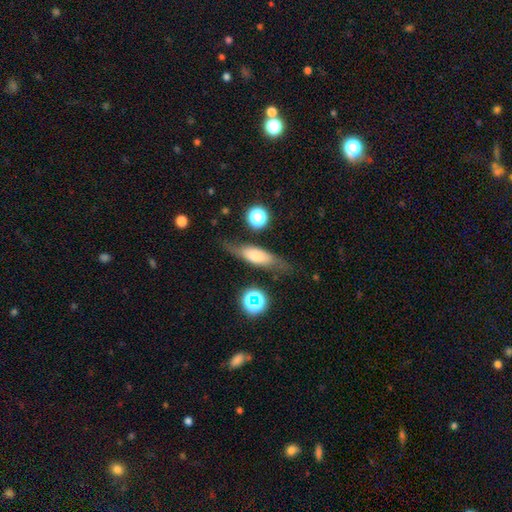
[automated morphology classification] smooth 51%, featured or disk 40%, star or artifact 10%. Down the decision tree: how rounded — cigar-shaped (50%); merging — none (69%).